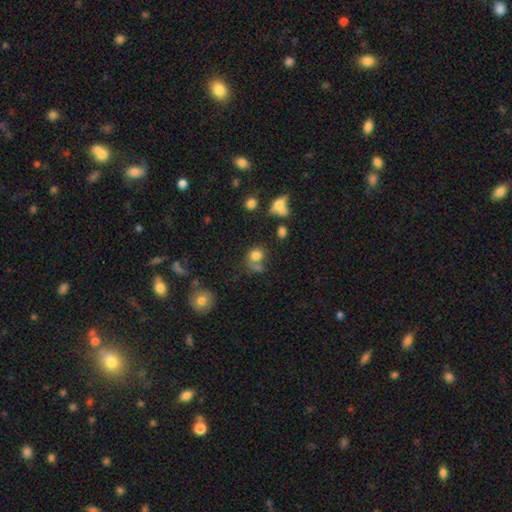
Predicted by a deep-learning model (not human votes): This is likely a smooth galaxy (76%). How rounded: likely round (69%). Merging: possibly none (48%).